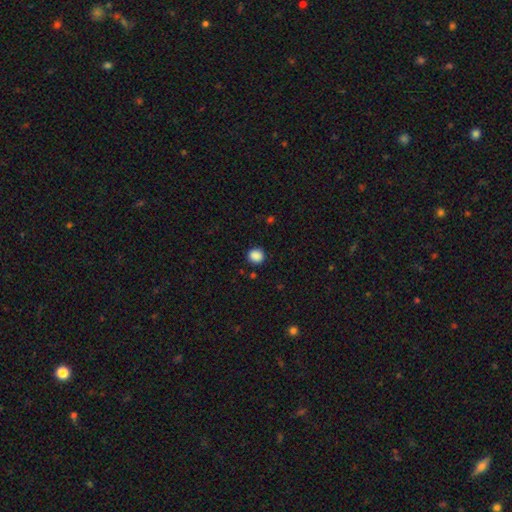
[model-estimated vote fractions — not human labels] smooth 88%, star or artifact 10%, featured or disk 2%. Down the decision tree: how rounded — round (87%); merging — none (89%).